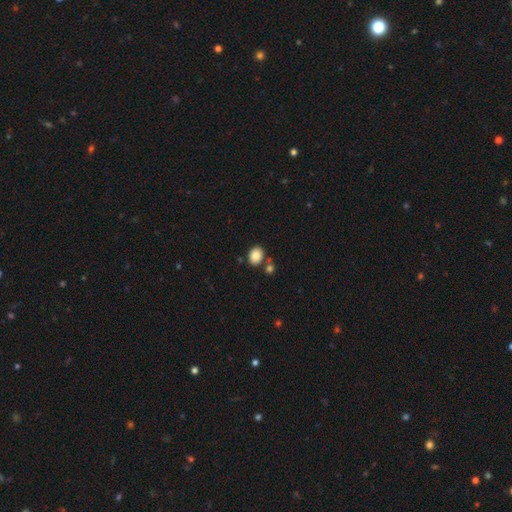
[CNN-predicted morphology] smooth 87%, star or artifact 8%, featured or disk 5%. Down the decision tree: how rounded — in between (70%); merging — none (71%).